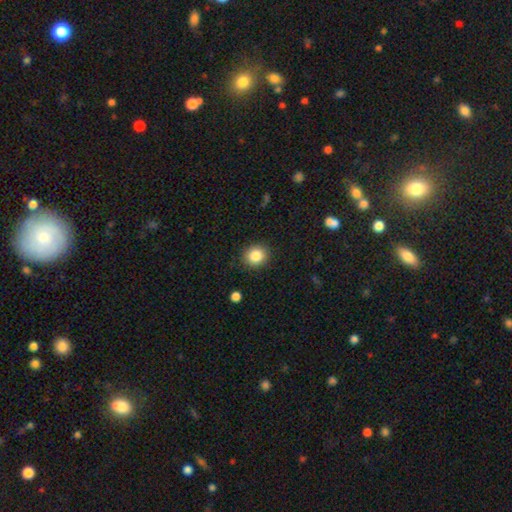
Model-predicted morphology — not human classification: Smooth or featured?
  - smooth: 85% *
  - star or artifact: 9%
  - featured or disk: 5%
How rounded?
  - round: 78% *
  - in between: 22%
  - cigar-shaped: 1%
Merging?
  - none: 89% *
  - minor disturbance: 8%
  - major disturbance: 2%
  - merger: 1%